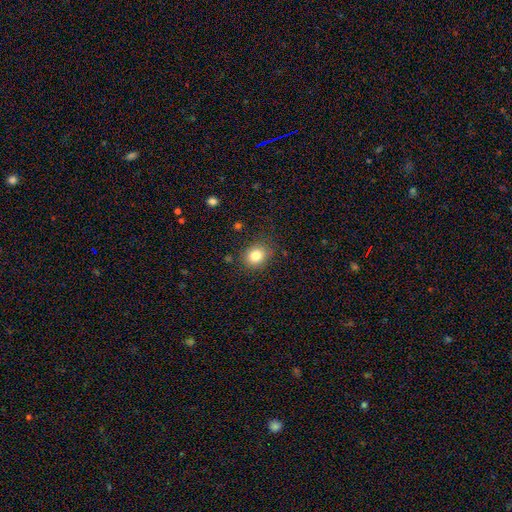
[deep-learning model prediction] The model was most divided on "how rounded": round: 58%, in between: 41%, cigar-shaped: 1%. More confident: merging — none (83%); smooth or featured — smooth (82%).